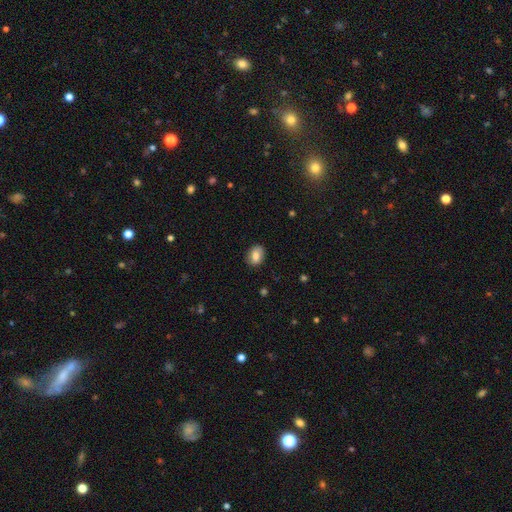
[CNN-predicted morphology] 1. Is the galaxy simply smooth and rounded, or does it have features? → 73% smooth, 19% featured or disk, 8% star or artifact.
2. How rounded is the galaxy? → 65% in between, 33% round, 1% cigar-shaped.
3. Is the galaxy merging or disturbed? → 83% none, 12% minor disturbance, 3% major disturbance, 1% merger.